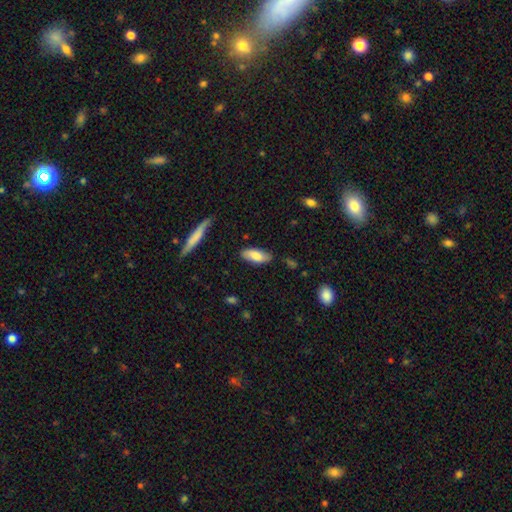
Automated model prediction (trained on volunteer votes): Smooth or featured: smooth — 76% (featured or disk — 18%)
How rounded: in between — 80% (cigar-shaped — 18%)
Merging: none — 79% (minor disturbance — 16%)